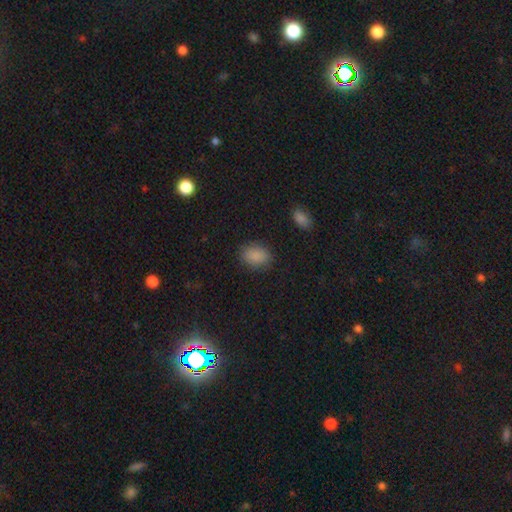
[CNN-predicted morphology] This is clearly a smooth galaxy (87%). How rounded: likely in between (71%). Merging: clearly none (85%).